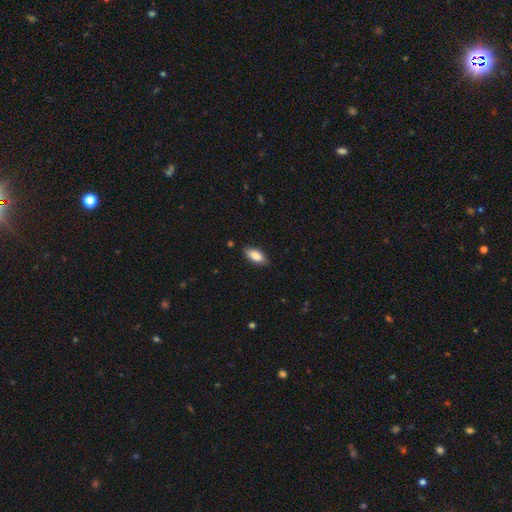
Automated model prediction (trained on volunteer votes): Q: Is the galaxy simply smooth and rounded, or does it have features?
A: smooth — 86%.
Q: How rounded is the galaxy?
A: in between — 88%.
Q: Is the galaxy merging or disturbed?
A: none — 85%.